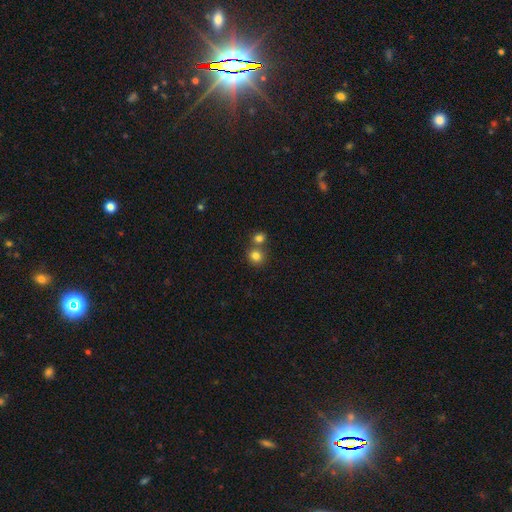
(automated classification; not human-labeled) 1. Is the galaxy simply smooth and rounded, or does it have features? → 81% smooth, 12% star or artifact, 6% featured or disk.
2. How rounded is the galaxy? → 85% round, 14% in between, 1% cigar-shaped.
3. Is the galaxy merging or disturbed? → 57% none, 34% merger, 7% minor disturbance, 2% major disturbance.